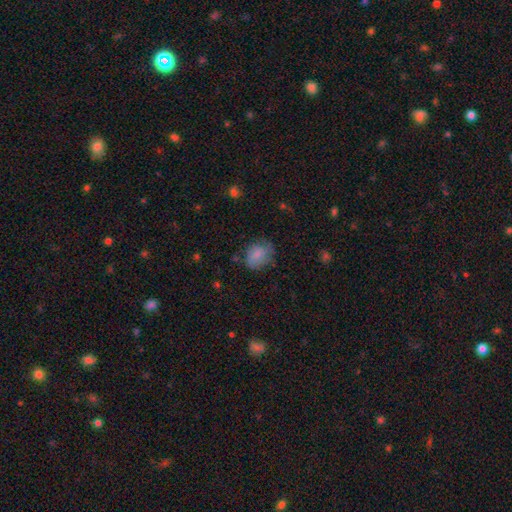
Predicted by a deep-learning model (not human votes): A smooth galaxy with no disk features (76%) that is round (50%).

Vote fractions:
- Smooth or featured? smooth: 76% / featured or disk: 16% / star or artifact: 9%
- How rounded? round: 50% / in between: 49% / cigar-shaped: 1%
- Merging? none: 61% / minor disturbance: 28% / major disturbance: 10% / merger: 2%